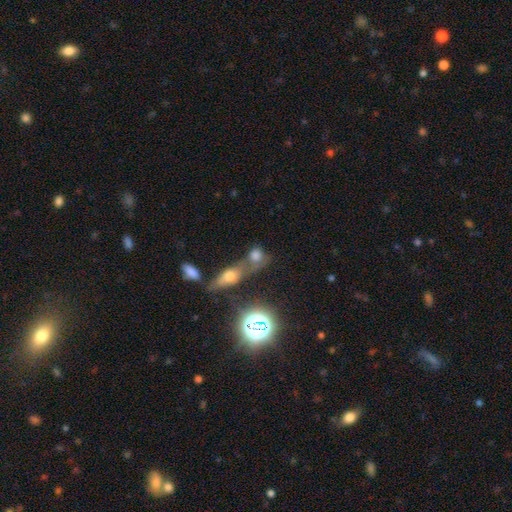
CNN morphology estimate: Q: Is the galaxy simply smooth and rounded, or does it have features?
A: smooth — 64%.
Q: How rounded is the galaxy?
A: round — 59%.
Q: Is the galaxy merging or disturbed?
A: merger — 45%.